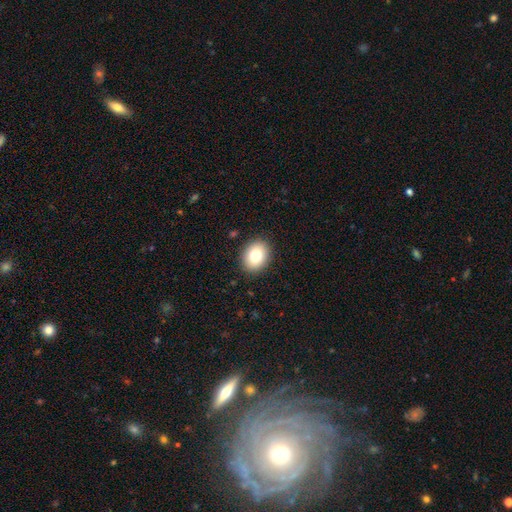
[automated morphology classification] A smooth galaxy with no disk features (80%) that is in between round and cigar-shaped (60%).

Vote fractions:
- Smooth or featured? smooth: 80% / featured or disk: 11% / star or artifact: 9%
- How rounded? in between: 60% / round: 39% / cigar-shaped: 1%
- Merging? none: 89% / minor disturbance: 8% / major disturbance: 2% / merger: 1%